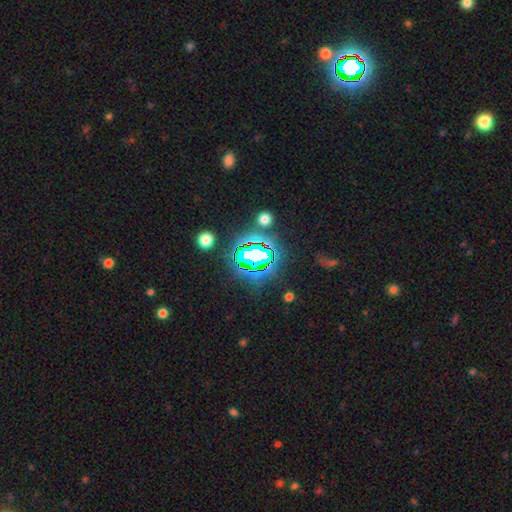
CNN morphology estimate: Q: Smooth or featured?
A: star or artifact (71%); runner-up: smooth (16%)